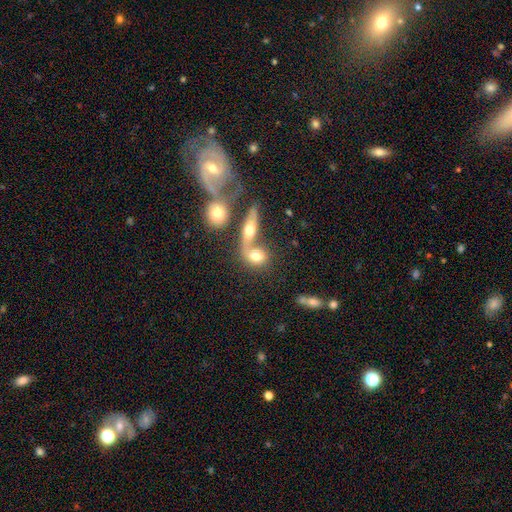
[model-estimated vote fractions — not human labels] Smooth or featured? smooth (69%)
How rounded? round (50%)
Merging? merger (51%)